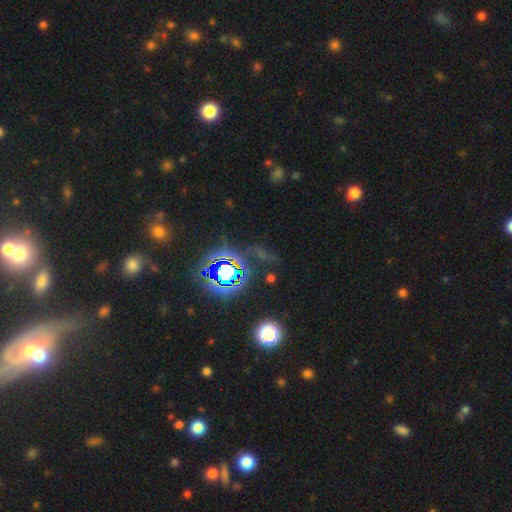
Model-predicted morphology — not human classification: Smooth or featured: star or artifact — 76% (smooth — 14%)